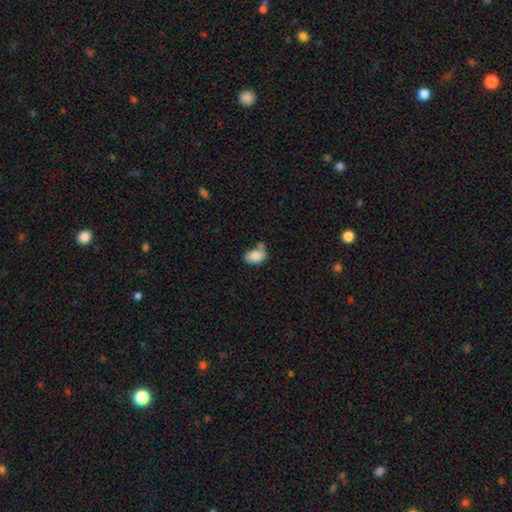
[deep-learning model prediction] Smooth or featured?
  - smooth: 86% *
  - star or artifact: 8%
  - featured or disk: 6%
How rounded?
  - in between: 90% *
  - round: 9%
  - cigar-shaped: 1%
Merging?
  - none: 52% *
  - minor disturbance: 21%
  - merger: 21%
  - major disturbance: 6%